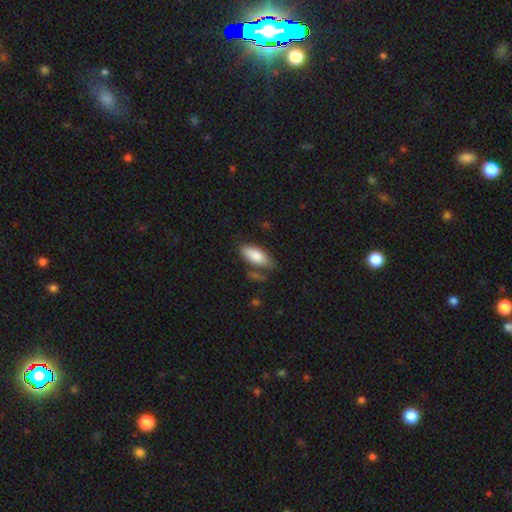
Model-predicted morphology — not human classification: This is clearly a smooth galaxy (84%). How rounded: clearly in between (85%). Merging: likely none (67%).